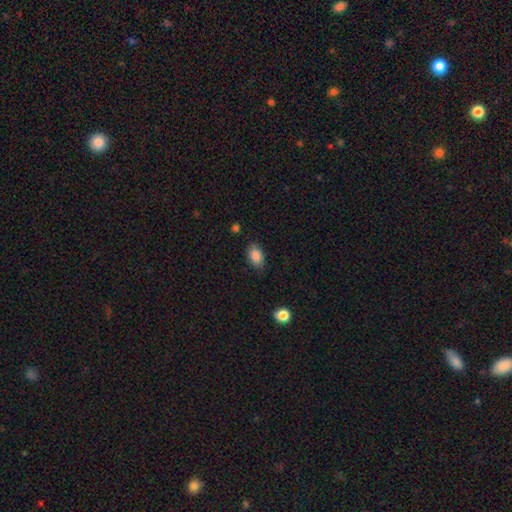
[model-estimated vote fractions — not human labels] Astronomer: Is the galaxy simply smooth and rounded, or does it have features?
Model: smooth — 86%.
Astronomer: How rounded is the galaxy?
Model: in between — 88%.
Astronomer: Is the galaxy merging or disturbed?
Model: none — 82%.